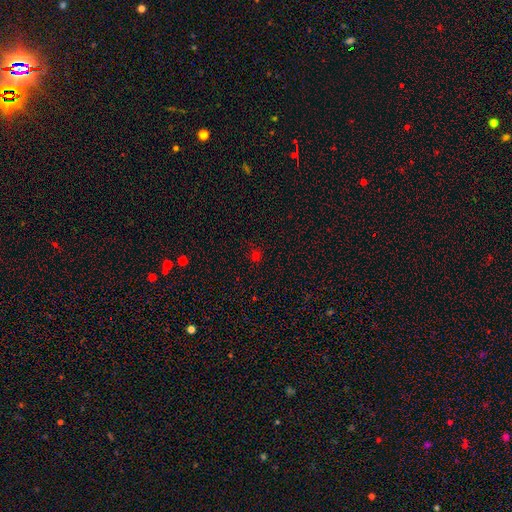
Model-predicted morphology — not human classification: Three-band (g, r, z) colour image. It shows a smooth galaxy with no disk features (62%) that is round (83%). Merging: none (82%).